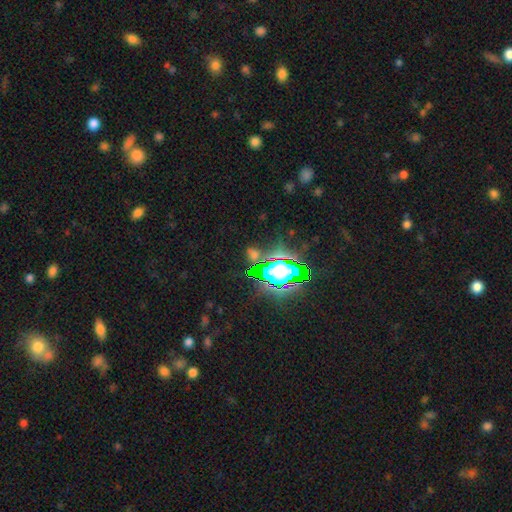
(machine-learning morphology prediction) Q: Smooth or featured?
A: star or artifact (74%); runner-up: smooth (15%)